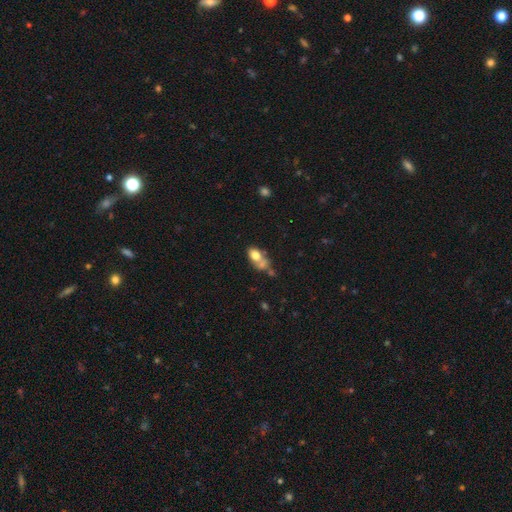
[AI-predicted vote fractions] smooth 68%, featured or disk 21%, star or artifact 11%. Down the decision tree: how rounded — in between (72%); merging — merger (49%).